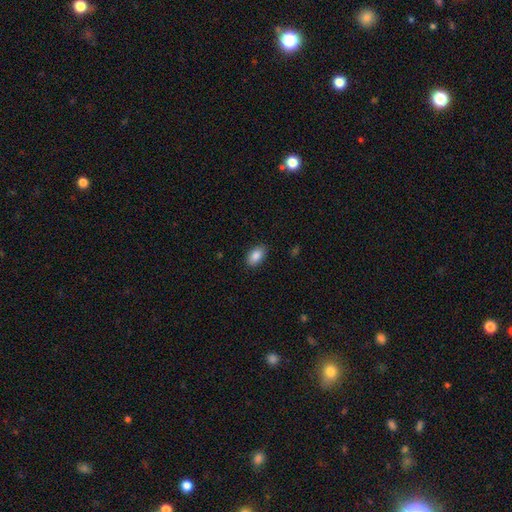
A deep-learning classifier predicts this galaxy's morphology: A smooth galaxy with no disk features (87%) that is in between round and cigar-shaped (92%).

Vote fractions:
- Smooth or featured? smooth: 87% / star or artifact: 7% / featured or disk: 6%
- How rounded? in between: 92% / round: 7% / cigar-shaped: 2%
- Merging? none: 86% / minor disturbance: 11% / major disturbance: 2% / merger: 1%